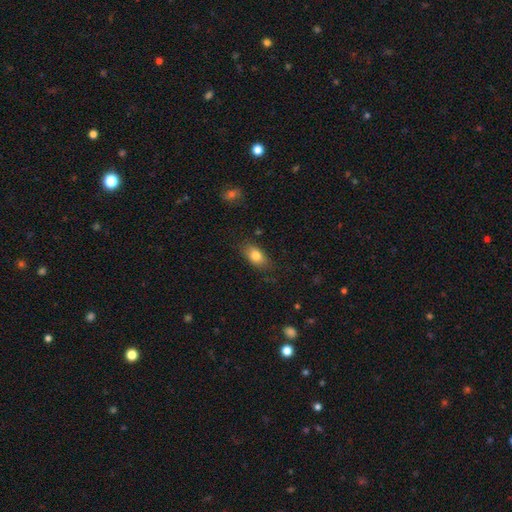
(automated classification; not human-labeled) This is likely a smooth galaxy (80%). How rounded: clearly in between (86%). Merging: likely none (79%).